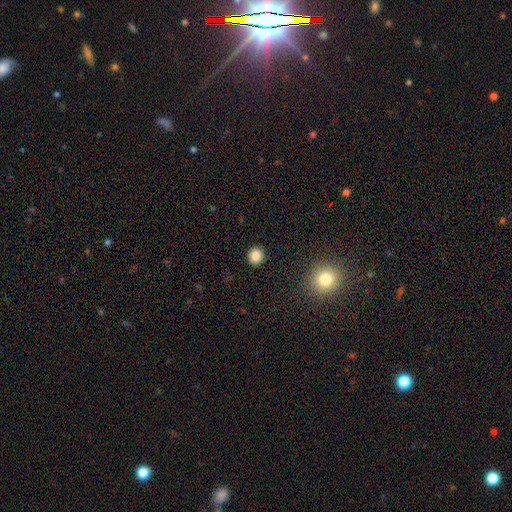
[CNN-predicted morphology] This is clearly a smooth galaxy (85%). How rounded: clearly round (90%). Merging: clearly none (92%).